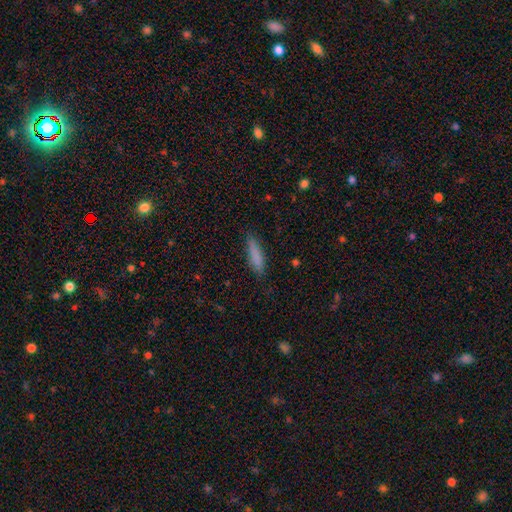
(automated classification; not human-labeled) Smooth or featured? Predicted: smooth (p=0.83). How rounded? Predicted: cigar-shaped (p=0.78). Merging? Predicted: none (p=0.83).